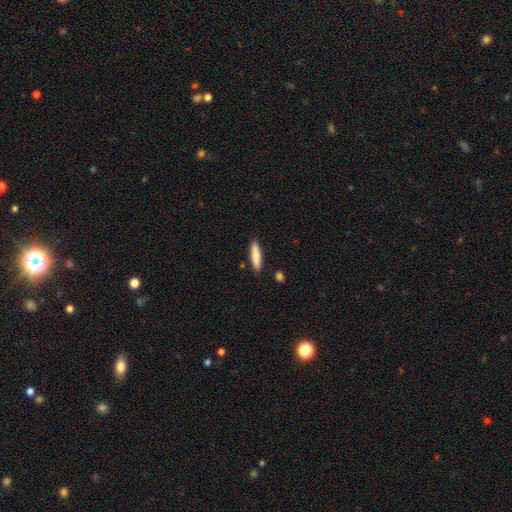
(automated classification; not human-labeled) smooth_or_featured: smooth (p=0.82) [alt: featured or disk p=0.13]
how_rounded: cigar-shaped (p=0.78) [alt: in between p=0.20]
merging: none (p=0.88) [alt: minor disturbance p=0.08]